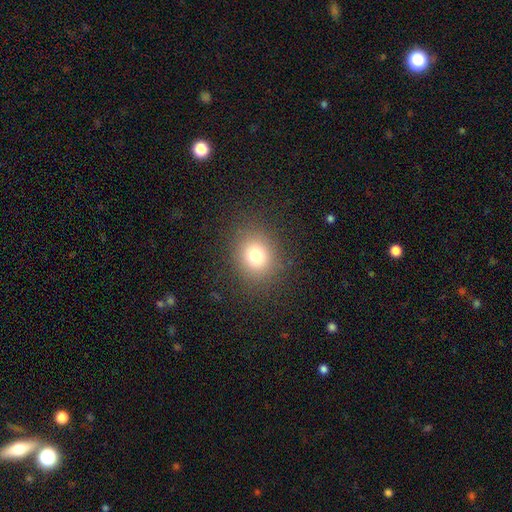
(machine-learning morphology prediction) The model was most divided on "how rounded": round: 71%, in between: 28%, cigar-shaped: 1%. More confident: merging — none (86%); smooth or featured — smooth (76%).